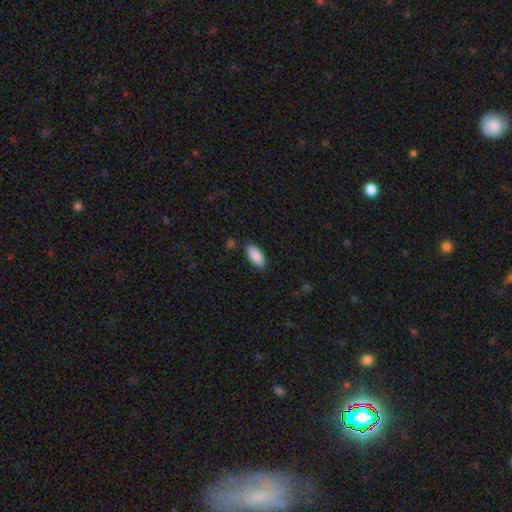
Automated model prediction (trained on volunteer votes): Morphology: type=smooth (90%); roundness=in between (89%); merging=none (83%).